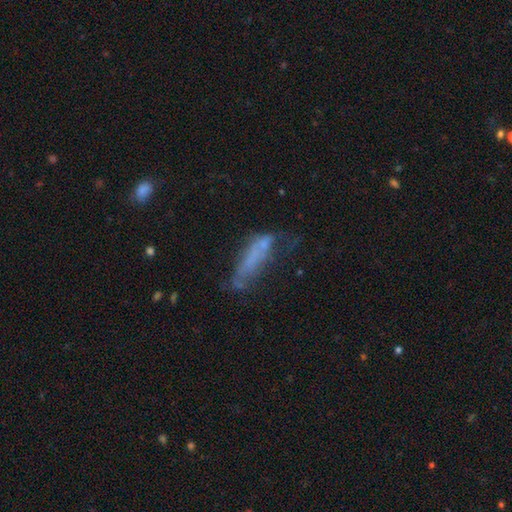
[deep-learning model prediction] Morphology: type=smooth (45%); merging=none (34%).